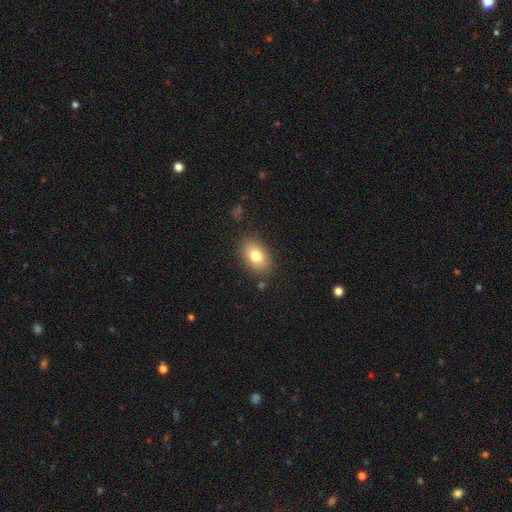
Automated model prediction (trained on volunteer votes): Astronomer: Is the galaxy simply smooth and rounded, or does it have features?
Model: smooth — 79%.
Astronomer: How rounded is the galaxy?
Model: in between — 85%.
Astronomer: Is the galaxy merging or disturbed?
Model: none — 84%.